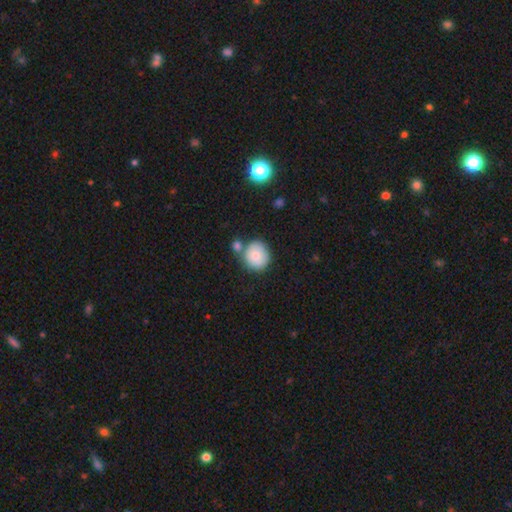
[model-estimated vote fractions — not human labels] The model was most divided on "merging": none: 59%, merger: 21%, minor disturbance: 15%, major disturbance: 4%. More confident: how rounded — round (84%); smooth or featured — smooth (78%).